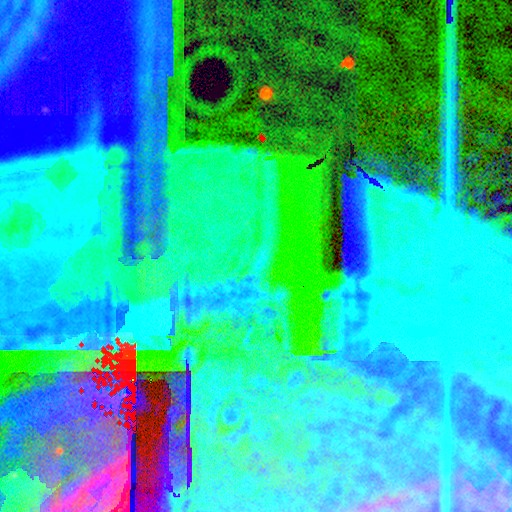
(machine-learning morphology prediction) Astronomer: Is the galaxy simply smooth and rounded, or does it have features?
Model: star or artifact — 86%.